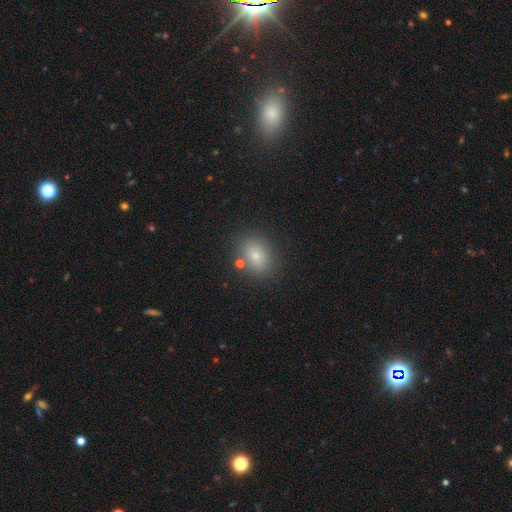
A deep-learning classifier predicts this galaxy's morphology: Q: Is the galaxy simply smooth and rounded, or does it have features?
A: smooth — 77%.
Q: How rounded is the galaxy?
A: in between — 64%.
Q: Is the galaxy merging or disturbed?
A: none — 80%.